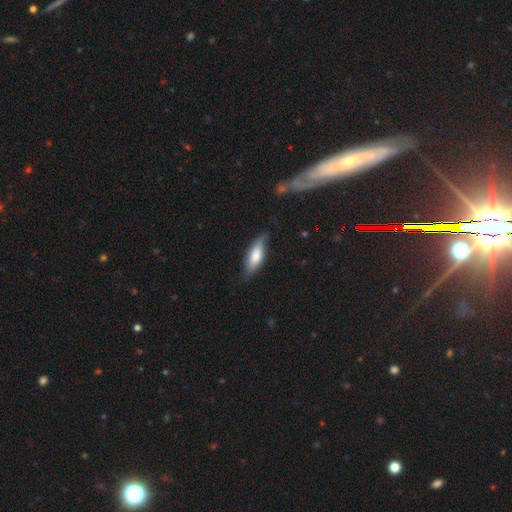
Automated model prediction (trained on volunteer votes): A smooth galaxy with no disk features (69%) that is in between round and cigar-shaped (58%). Merging: none (67%).